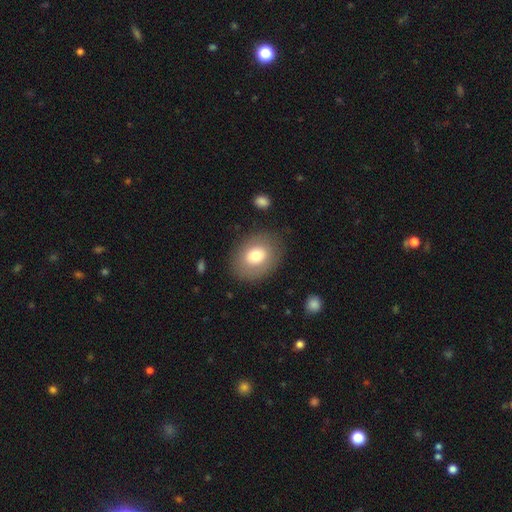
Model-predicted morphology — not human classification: The model was most divided on "how rounded": in between: 60%, round: 39%, cigar-shaped: 1%. More confident: merging — none (83%); smooth or featured — smooth (72%).